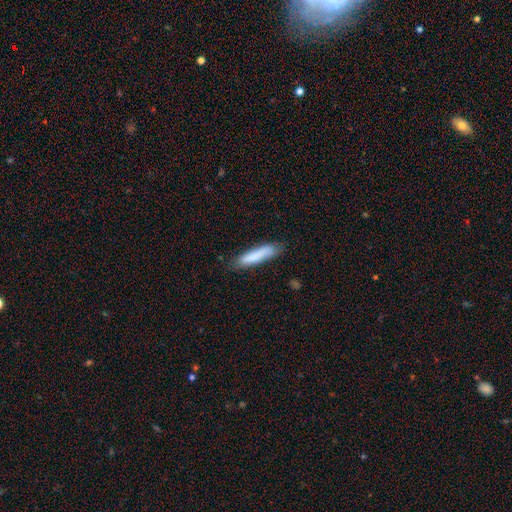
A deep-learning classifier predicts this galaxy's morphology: A smooth galaxy with no disk features (82%) that is cigar-shaped (81%).

Vote fractions:
- Smooth or featured? smooth: 82% / featured or disk: 13% / star or artifact: 6%
- How rounded? cigar-shaped: 81% / in between: 18% / round: 1%
- Merging? none: 74% / minor disturbance: 20% / major disturbance: 4% / merger: 2%